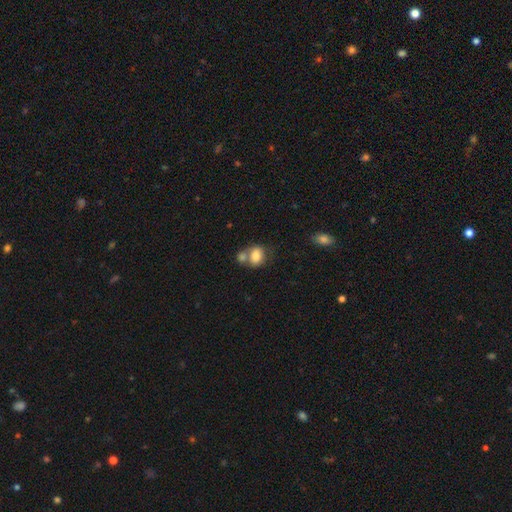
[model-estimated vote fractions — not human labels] A smooth galaxy with no disk features (78%) that is in between round and cigar-shaped (58%).

Vote fractions:
- Smooth or featured? smooth: 78% / featured or disk: 13% / star or artifact: 9%
- How rounded? in between: 58% / round: 40% / cigar-shaped: 1%
- Merging? merger: 47% / none: 36% / minor disturbance: 12% / major disturbance: 5%